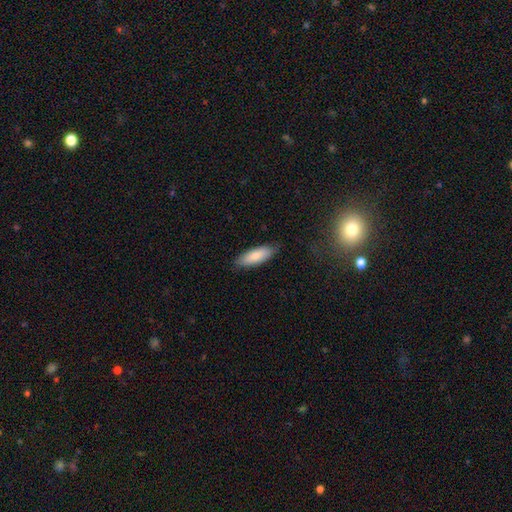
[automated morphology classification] Q: Smooth or featured?
A: smooth (82%); runner-up: featured or disk (13%)
Q: How rounded?
A: in between (66%); runner-up: cigar-shaped (33%)
Q: Merging?
A: none (82%); runner-up: minor disturbance (14%)